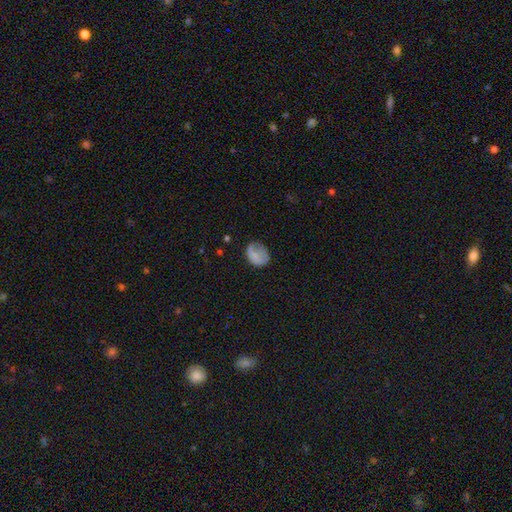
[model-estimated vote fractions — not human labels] Smooth or featured: smooth — 74% (featured or disk — 16%)
How rounded: in between — 55% (round — 44%)
Merging: none — 47% (minor disturbance — 32%)